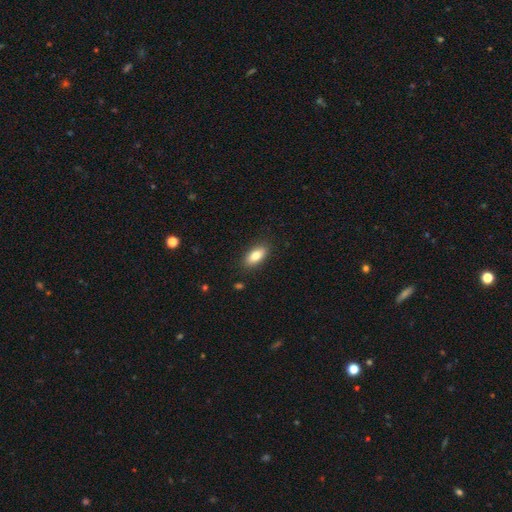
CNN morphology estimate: A smooth galaxy with no disk features (83%) that is in between round and cigar-shaped (87%).

Vote fractions:
- Smooth or featured? smooth: 83% / featured or disk: 10% / star or artifact: 7%
- How rounded? in between: 87% / cigar-shaped: 10% / round: 3%
- Merging? none: 87% / minor disturbance: 10% / major disturbance: 2% / merger: 1%